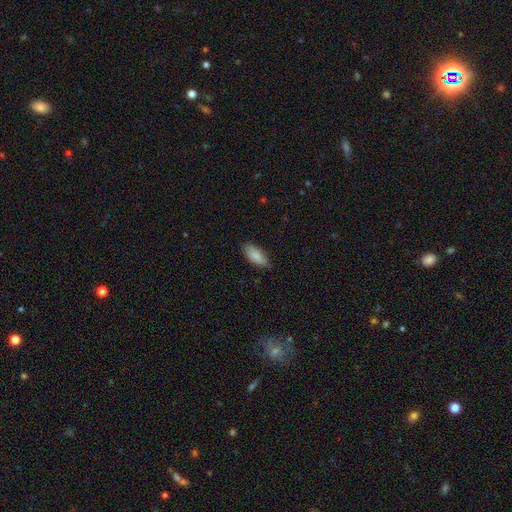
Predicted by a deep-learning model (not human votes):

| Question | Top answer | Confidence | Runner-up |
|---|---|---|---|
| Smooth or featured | smooth | 86% | featured or disk (8%) |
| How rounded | in between | 87% | cigar-shaped (11%) |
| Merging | none | 77% | minor disturbance (19%) |